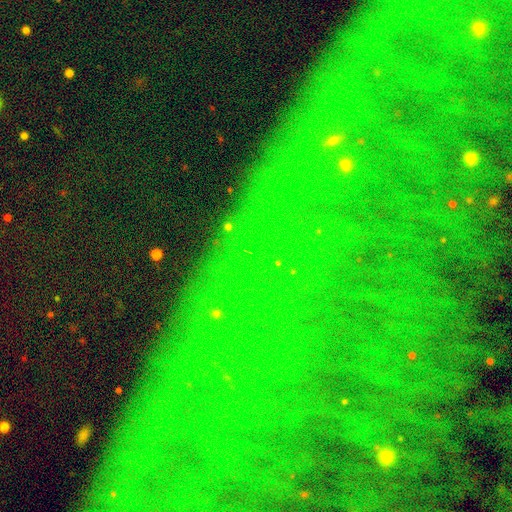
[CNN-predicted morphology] smooth-or-featured: star or artifact: 82% | smooth: 9% | featured or disk: 9%